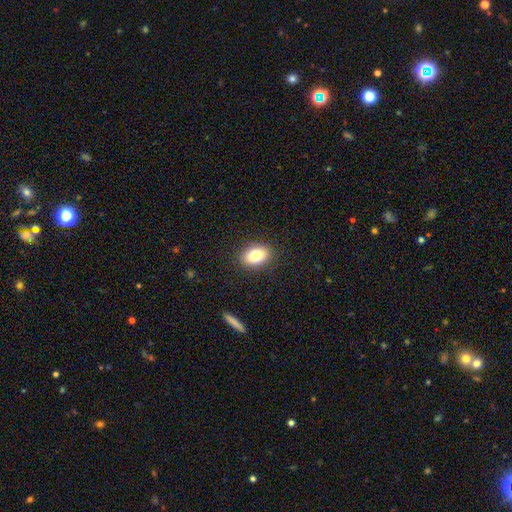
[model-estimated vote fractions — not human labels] Smooth or featured: smooth — 81% (featured or disk — 10%)
How rounded: in between — 81% (round — 17%)
Merging: none — 88% (minor disturbance — 8%)